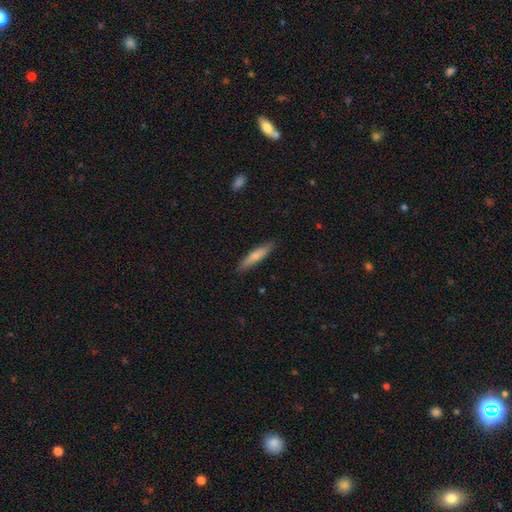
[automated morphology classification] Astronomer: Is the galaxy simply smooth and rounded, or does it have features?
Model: smooth — 72%.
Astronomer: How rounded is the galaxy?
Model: cigar-shaped — 84%.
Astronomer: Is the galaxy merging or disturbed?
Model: none — 86%.